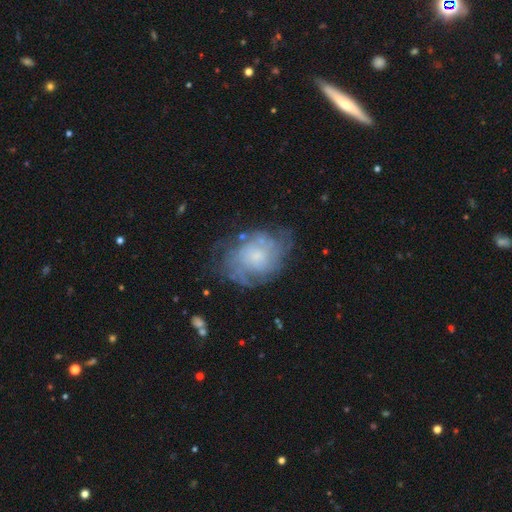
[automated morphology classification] A featured or disk galaxy (68%) with no bar (78%), tight (56%) spiral arms (80%) and a small central bulge (47%). Merging: none (61%).